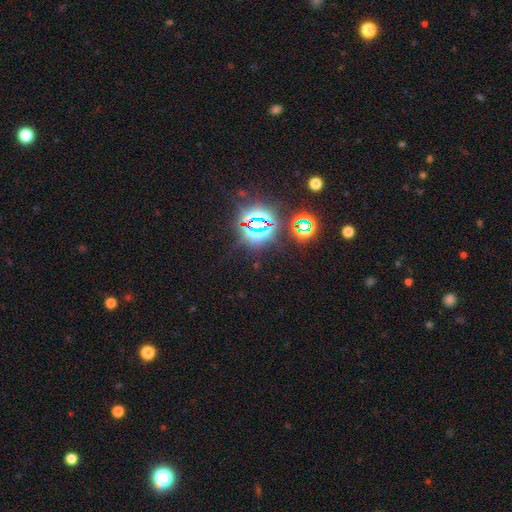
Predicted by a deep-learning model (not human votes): Morphology: type=star or artifact (80%).